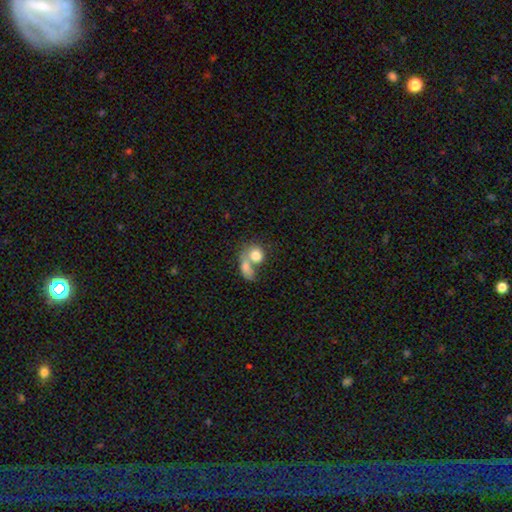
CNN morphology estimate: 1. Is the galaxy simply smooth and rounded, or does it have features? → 77% smooth, 16% featured or disk, 7% star or artifact.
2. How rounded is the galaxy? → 54% round, 44% in between, 2% cigar-shaped.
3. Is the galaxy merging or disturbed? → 66% merger, 20% none, 7% minor disturbance, 6% major disturbance.